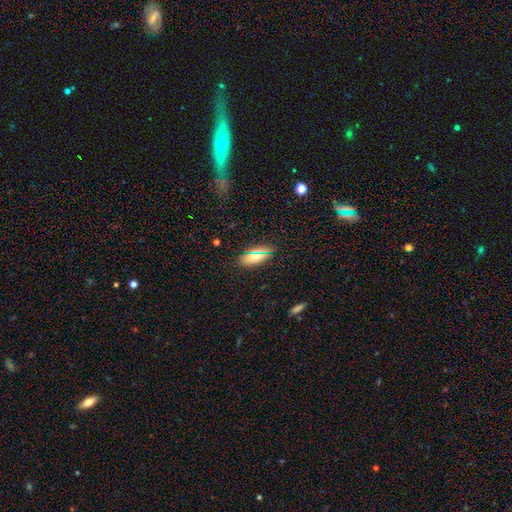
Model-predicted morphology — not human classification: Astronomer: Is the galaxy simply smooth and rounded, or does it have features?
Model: smooth — 67%.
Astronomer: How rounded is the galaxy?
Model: in between — 82%.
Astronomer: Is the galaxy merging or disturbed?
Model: none — 86%.